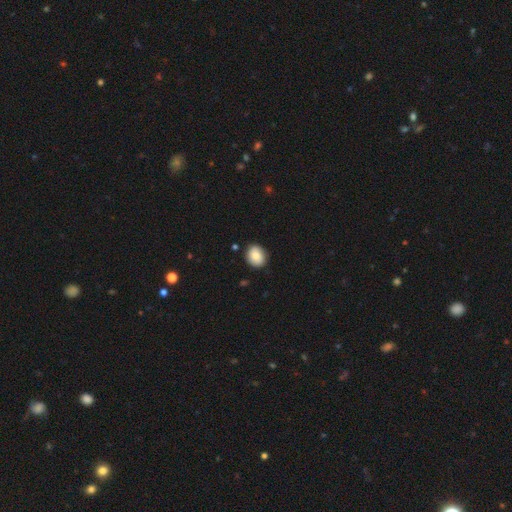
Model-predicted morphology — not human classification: smooth 82%, featured or disk 10%, star or artifact 8%. Down the decision tree: how rounded — round (63%); merging — none (86%).